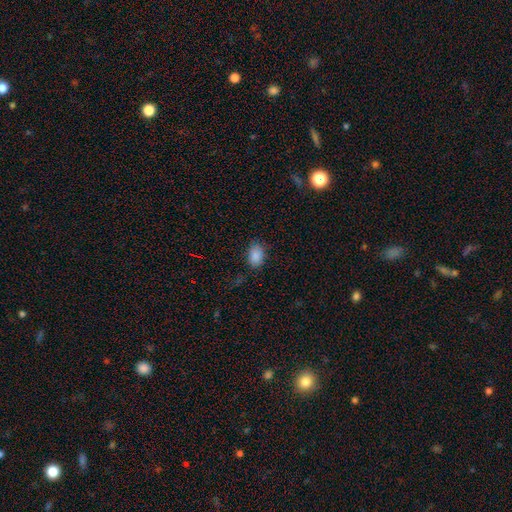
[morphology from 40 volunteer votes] Smooth or featured?
  - smooth: 90% *
  - star or artifact: 10%
  - featured or disk: 0%
How rounded?
  - in between: 94% *
  - round: 6%
  - cigar-shaped: 0%
Merging?
  - none: 75% *
  - minor disturbance: 17%
  - merger: 6%
  - major disturbance: 3%